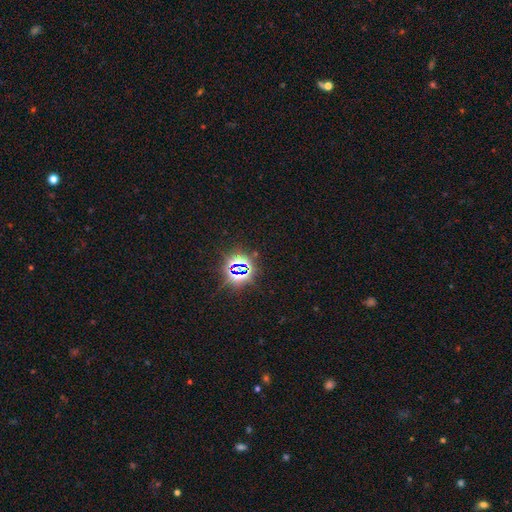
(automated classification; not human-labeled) Overall: star or artifact (80%).